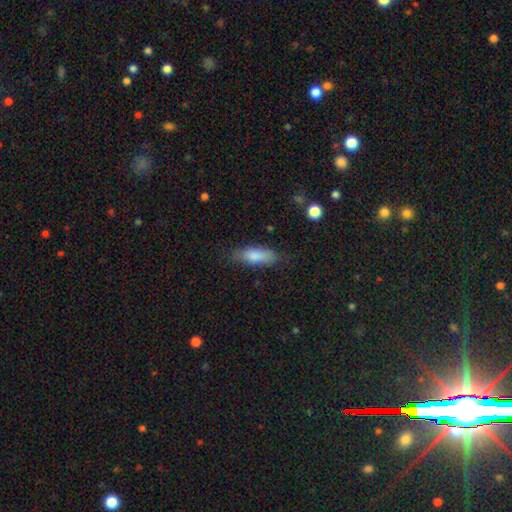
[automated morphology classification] Q: Smooth or featured?
A: smooth (83%); runner-up: featured or disk (10%)
Q: How rounded?
A: in between (69%); runner-up: cigar-shaped (29%)
Q: Merging?
A: none (75%); runner-up: minor disturbance (19%)